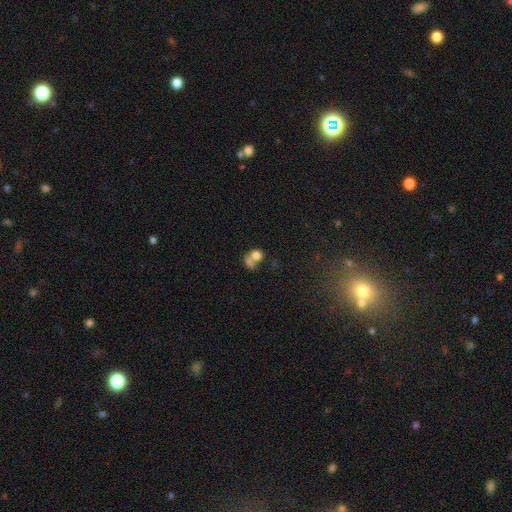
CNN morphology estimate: smooth 72%, featured or disk 16%, star or artifact 12%. Down the decision tree: how rounded — round (62%); merging — merger (60%).